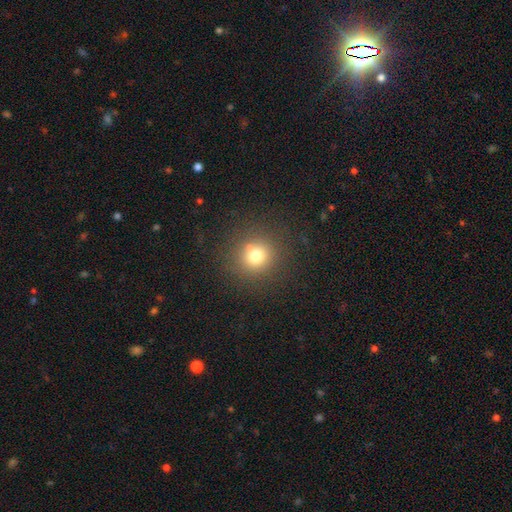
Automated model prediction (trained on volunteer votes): This is likely a smooth galaxy (73%). How rounded: clearly round (91%). Merging: likely none (78%).